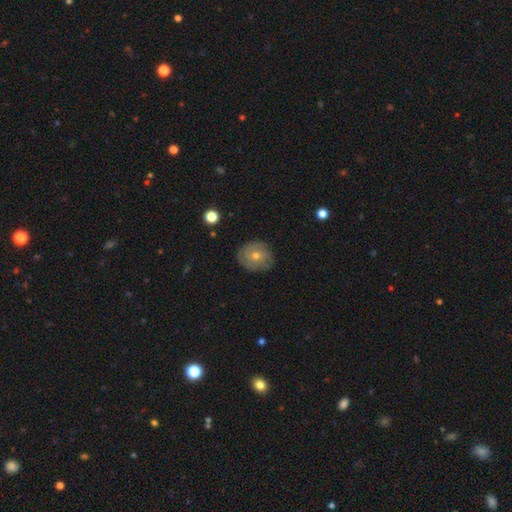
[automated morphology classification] This appears to be a featured or disk galaxy (46%). Merging: none (83%).